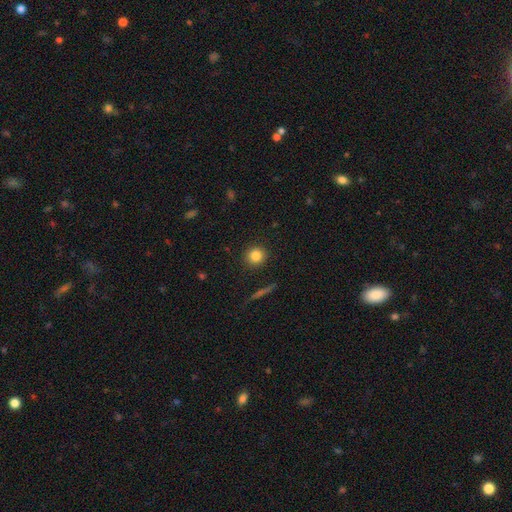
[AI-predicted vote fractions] Overall: smooth (83%). How rounded: round (93%). Merging: none (91%).